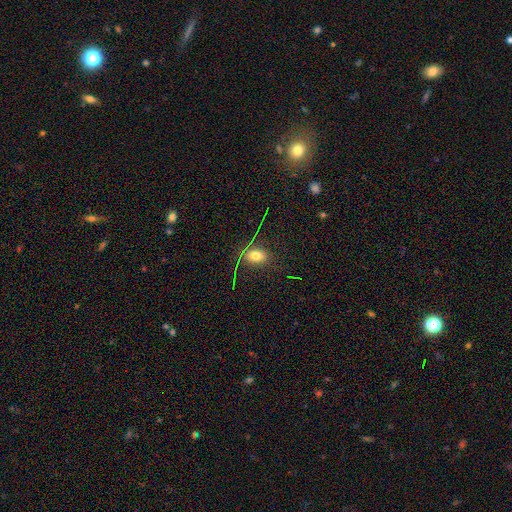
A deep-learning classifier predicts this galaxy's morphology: Smooth or featured: smooth — 71% (star or artifact — 19%)
How rounded: in between — 75% (round — 23%)
Merging: none — 79% (minor disturbance — 13%)